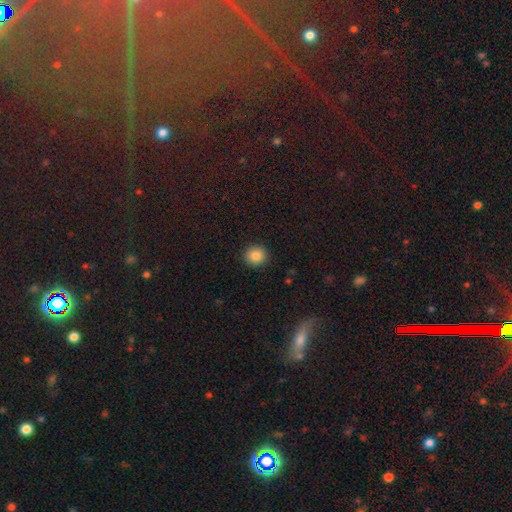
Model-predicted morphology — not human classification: Smooth or featured? smooth (86%)
How rounded? round (88%)
Merging? none (92%)